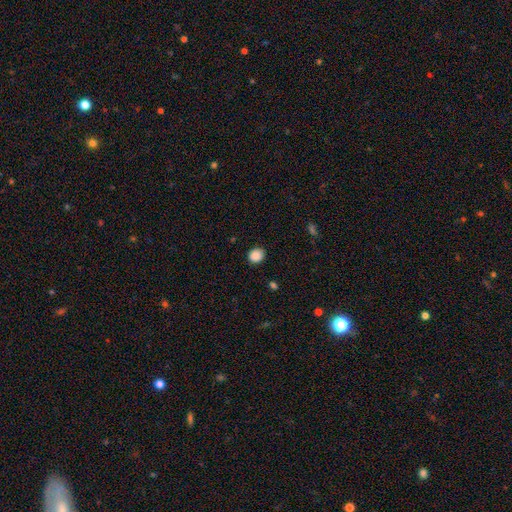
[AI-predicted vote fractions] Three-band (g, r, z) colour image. It shows a smooth galaxy with no disk features (88%) that is round (70%). Merging: none (88%).